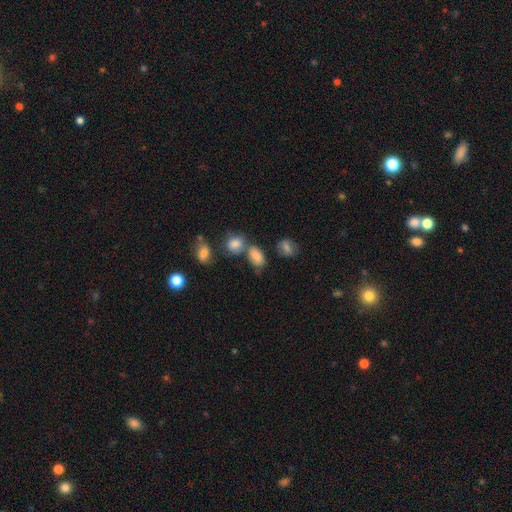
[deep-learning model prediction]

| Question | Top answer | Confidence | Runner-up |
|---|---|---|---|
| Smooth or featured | smooth | 71% | star or artifact (17%) |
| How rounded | in between | 71% | round (27%) |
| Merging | none | 52% | merger (26%) |